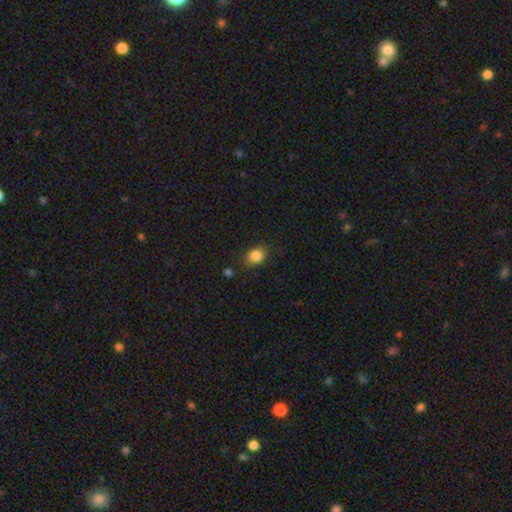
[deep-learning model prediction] A smooth galaxy with no disk features (85%) that is in between round and cigar-shaped (57%).

Vote fractions:
- Smooth or featured? smooth: 85% / star or artifact: 9% / featured or disk: 6%
- How rounded? in between: 57% / round: 42% / cigar-shaped: 1%
- Merging? none: 79% / minor disturbance: 16% / major disturbance: 4% / merger: 2%